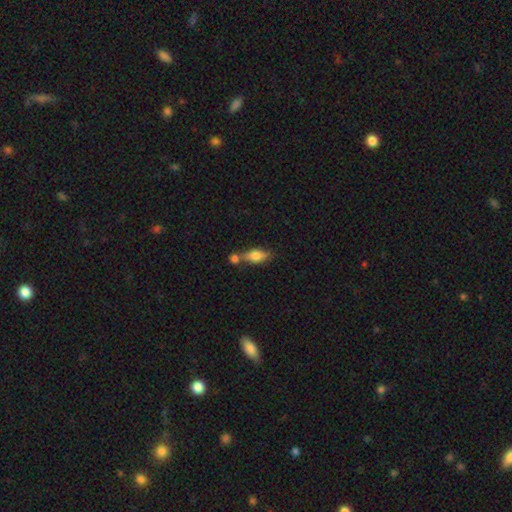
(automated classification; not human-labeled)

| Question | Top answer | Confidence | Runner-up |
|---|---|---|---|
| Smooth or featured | smooth | 73% | featured or disk (19%) |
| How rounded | in between | 77% | cigar-shaped (18%) |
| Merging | none | 45% | merger (38%) |